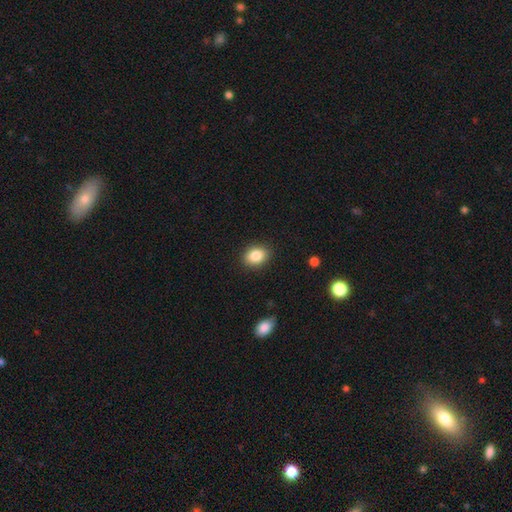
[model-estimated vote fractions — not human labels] A smooth galaxy with no disk features (85%) that is in between round and cigar-shaped (61%).

Vote fractions:
- Smooth or featured? smooth: 85% / star or artifact: 9% / featured or disk: 6%
- How rounded? in between: 61% / round: 38% / cigar-shaped: 1%
- Merging? none: 88% / minor disturbance: 8% / major disturbance: 2% / merger: 1%